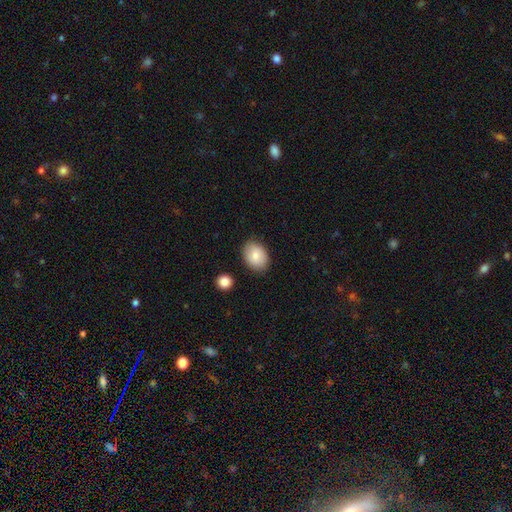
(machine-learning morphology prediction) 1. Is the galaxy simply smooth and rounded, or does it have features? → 82% smooth, 11% featured or disk, 7% star or artifact.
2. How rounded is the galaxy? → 74% in between, 25% round, 1% cigar-shaped.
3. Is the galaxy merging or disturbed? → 83% none, 12% minor disturbance, 3% major disturbance, 2% merger.